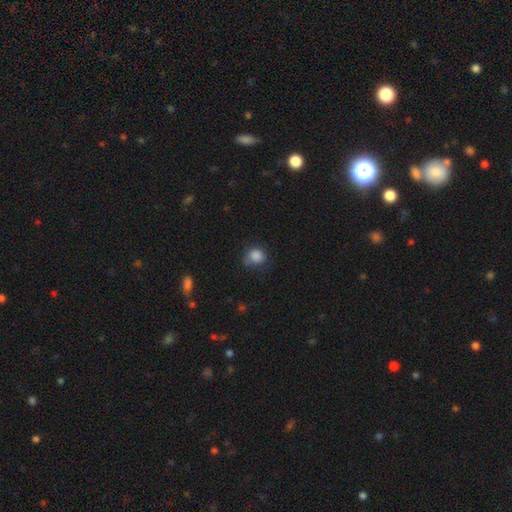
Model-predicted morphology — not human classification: A smooth galaxy with no disk features (85%) that is round (68%).

Vote fractions:
- Smooth or featured? smooth: 85% / star or artifact: 9% / featured or disk: 6%
- How rounded? round: 68% / in between: 31% / cigar-shaped: 1%
- Merging? none: 53% / minor disturbance: 32% / major disturbance: 12% / merger: 2%